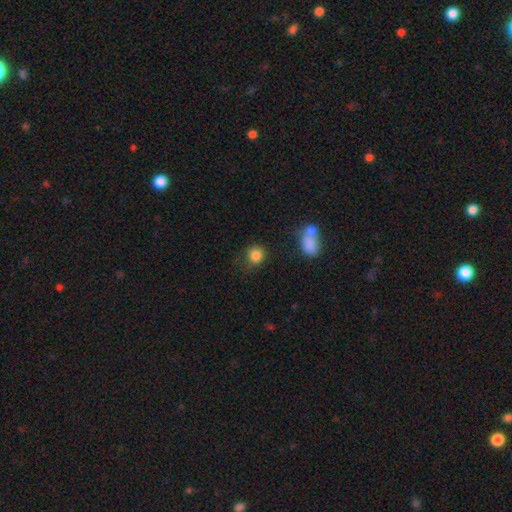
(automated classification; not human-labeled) This is clearly a smooth galaxy (84%). How rounded: clearly round (84%). Merging: likely none (71%).